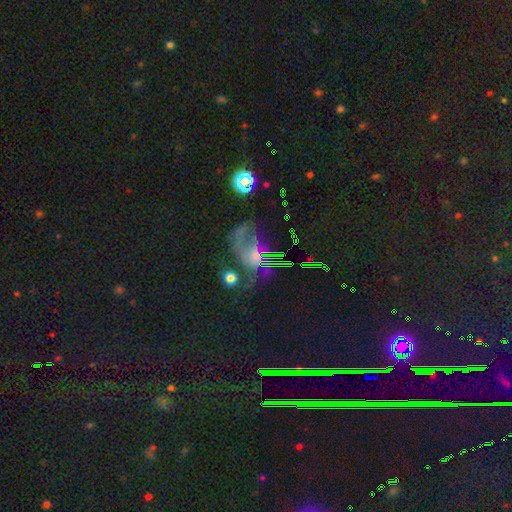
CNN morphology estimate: The model was most divided on "smooth or featured": featured or disk: 45%, star or artifact: 35%, smooth: 20%. Remaining: merging — none (43%).